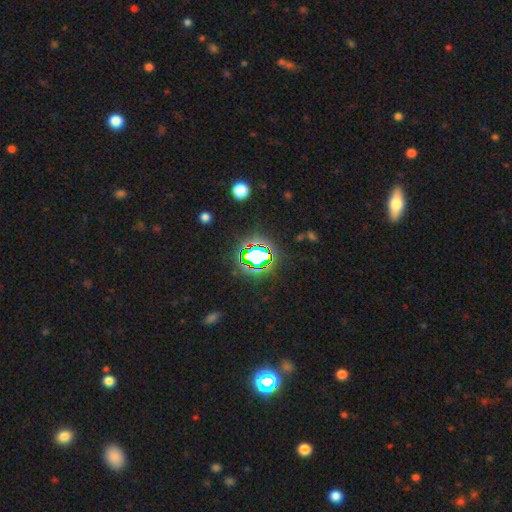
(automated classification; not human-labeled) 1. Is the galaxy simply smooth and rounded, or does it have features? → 78% star or artifact, 14% smooth, 8% featured or disk.